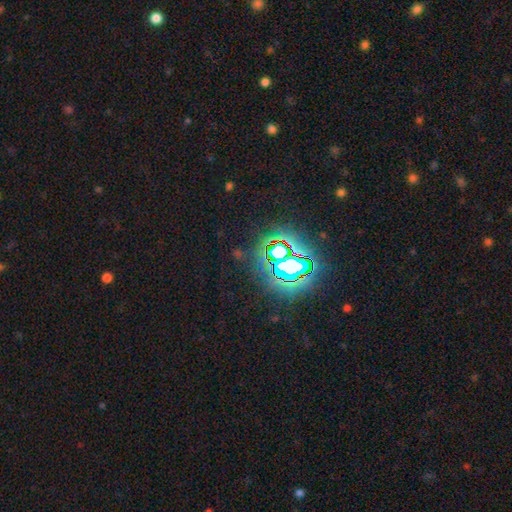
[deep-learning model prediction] Overall: star or artifact (83%).